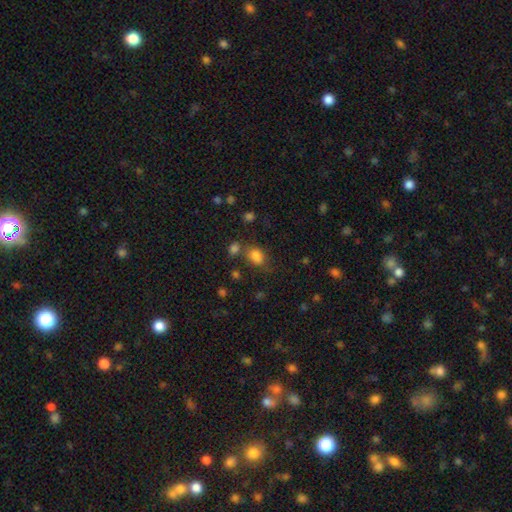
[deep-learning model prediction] Overall: smooth (79%). How rounded: in between (67%; round 31%). Merging: none (58%; minor disturbance 18%).